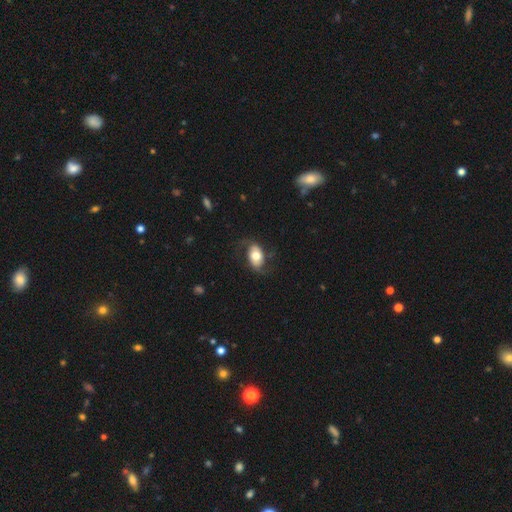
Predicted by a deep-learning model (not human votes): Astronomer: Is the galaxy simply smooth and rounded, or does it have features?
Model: featured or disk — 54% (runner-up: smooth, 39%).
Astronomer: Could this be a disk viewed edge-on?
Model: no — 94%.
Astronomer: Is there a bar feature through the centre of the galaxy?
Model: no — 62%.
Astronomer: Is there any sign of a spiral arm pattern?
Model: yes — 80%.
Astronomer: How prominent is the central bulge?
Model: moderate — 50% (runner-up: large, 36%).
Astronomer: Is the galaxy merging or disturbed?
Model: none — 66%.